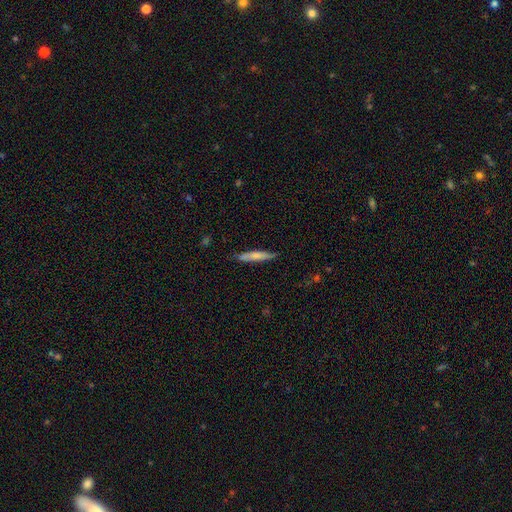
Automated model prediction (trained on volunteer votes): Morphology: type=smooth (69%); roundness=cigar-shaped (90%); merging=none (80%).